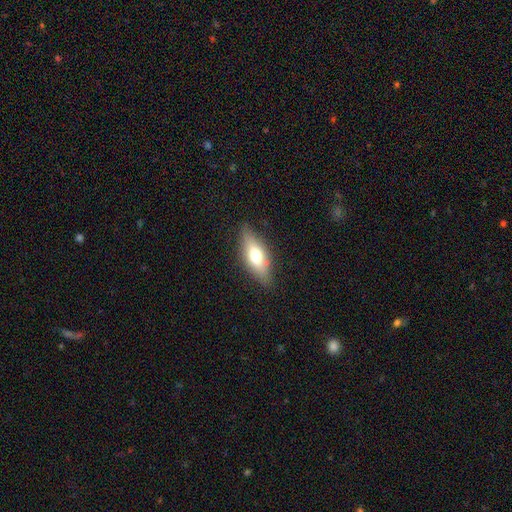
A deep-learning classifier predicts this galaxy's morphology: This is possibly a smooth galaxy (57%). How rounded: likely in between (66%). Merging: clearly none (82%).